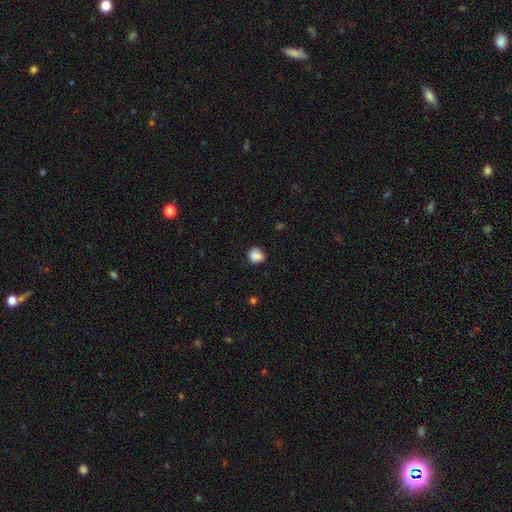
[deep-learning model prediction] Smooth or featured? Predicted: smooth (p=0.84). How rounded? Predicted: round (p=0.73). Merging? Predicted: none (p=0.58).